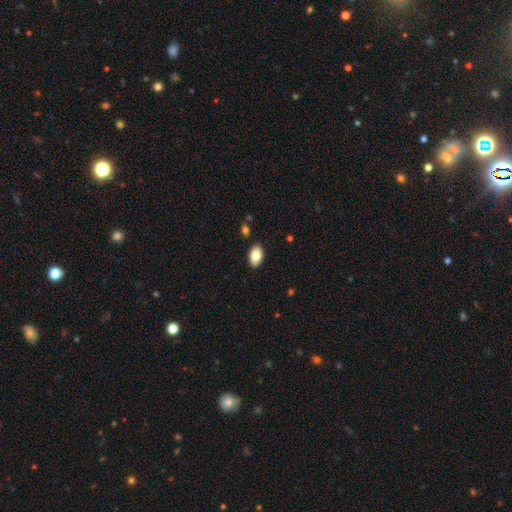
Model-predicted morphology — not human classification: Smooth or featured? smooth (84%)
How rounded? in between (92%)
Merging? none (89%)